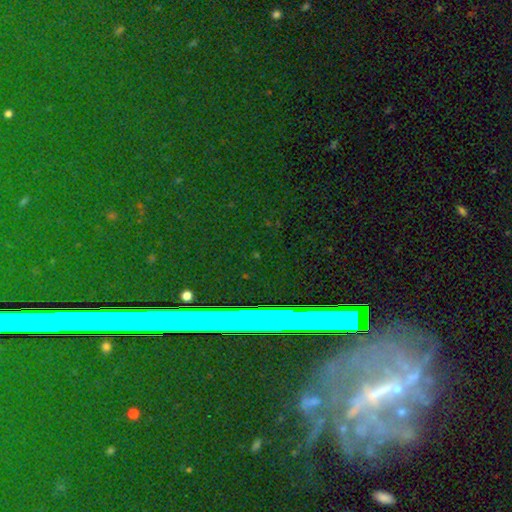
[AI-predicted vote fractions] smooth_or_featured: star or artifact (p=0.69) [alt: featured or disk p=0.18]